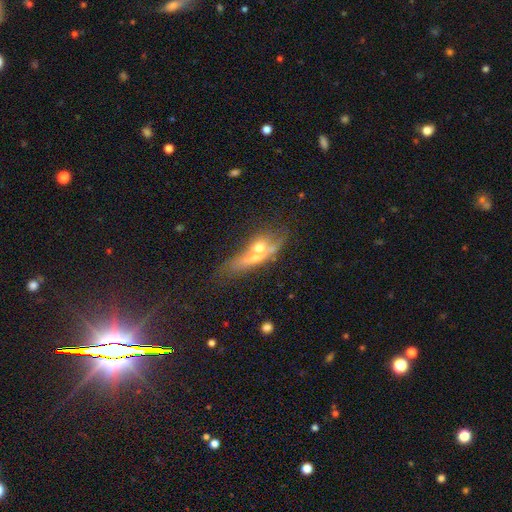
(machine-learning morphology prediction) This appears to be a featured or disk galaxy (49%). Merging: merger (44%).